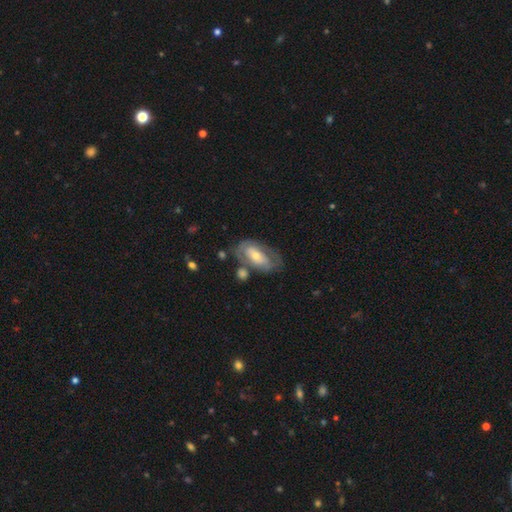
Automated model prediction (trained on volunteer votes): smooth_or_featured: featured or disk (p=0.59) [alt: smooth p=0.35]
disk_edge_on: no (p=0.91) [alt: yes p=0.09]
bar: no (p=0.53) [alt: weak p=0.29]
has_spiral_arms: yes (p=0.56) [alt: no p=0.44]
bulge_size: moderate (p=0.50) [alt: small p=0.42]
merging: none (p=0.56) [alt: minor disturbance p=0.20]